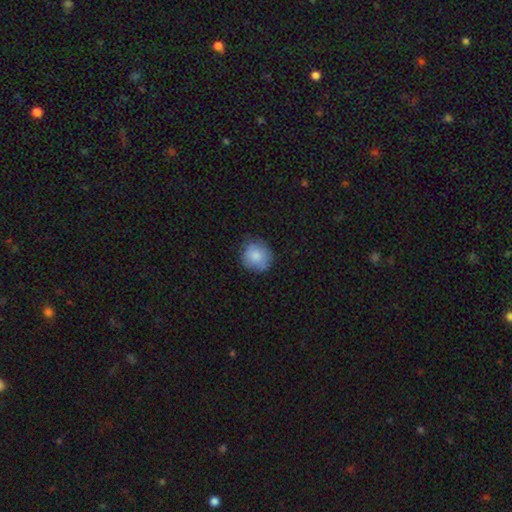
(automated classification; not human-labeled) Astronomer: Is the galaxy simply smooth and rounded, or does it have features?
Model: smooth — 82%.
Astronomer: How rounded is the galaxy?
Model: round — 89%.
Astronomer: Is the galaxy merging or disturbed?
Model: none — 73%.